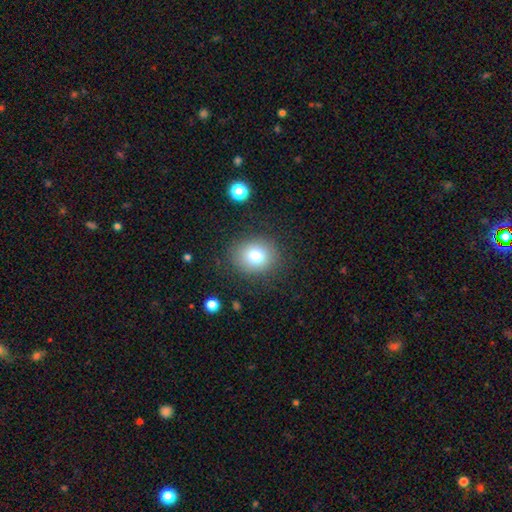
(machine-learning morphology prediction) Smooth or featured? Predicted: smooth (p=0.76). How rounded? Predicted: round (p=0.73). Merging? Predicted: none (p=0.85).